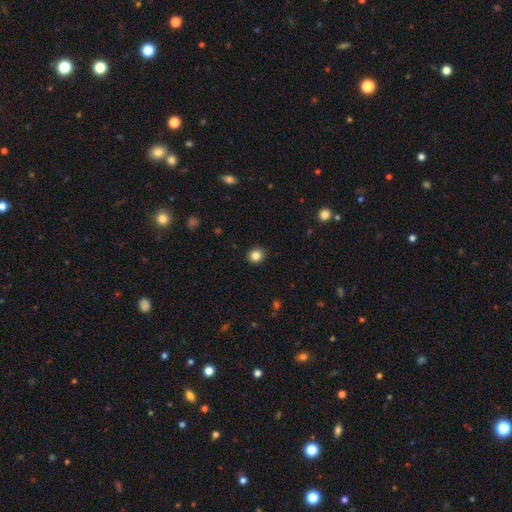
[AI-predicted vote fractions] Q: Smooth or featured?
A: smooth (84%); runner-up: star or artifact (11%)
Q: How rounded?
A: round (82%); runner-up: in between (17%)
Q: Merging?
A: none (91%); runner-up: minor disturbance (6%)